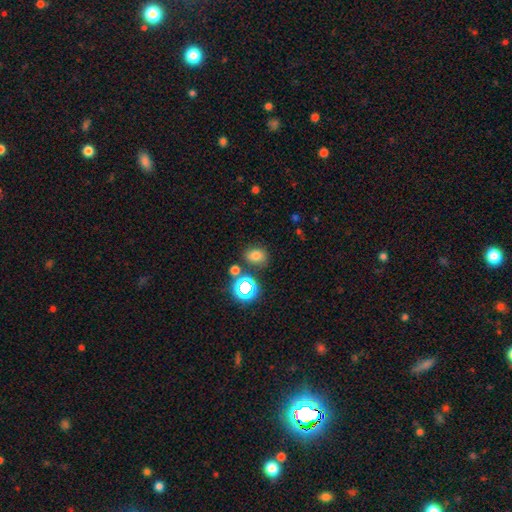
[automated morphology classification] The model was most divided on "how rounded": in between: 52%, round: 47%, cigar-shaped: 1%. More confident: merging — none (73%); smooth or featured — smooth (71%).